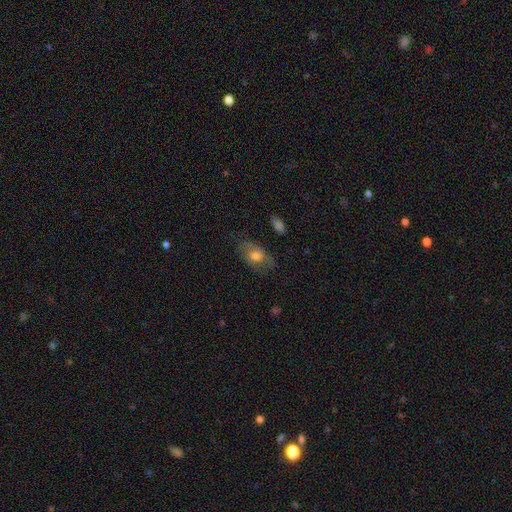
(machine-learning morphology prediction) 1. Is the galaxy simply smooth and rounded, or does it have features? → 56% smooth, 35% featured or disk, 9% star or artifact.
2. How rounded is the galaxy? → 84% in between, 13% round, 3% cigar-shaped.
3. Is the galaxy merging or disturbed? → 68% none, 21% minor disturbance, 9% major disturbance, 2% merger.